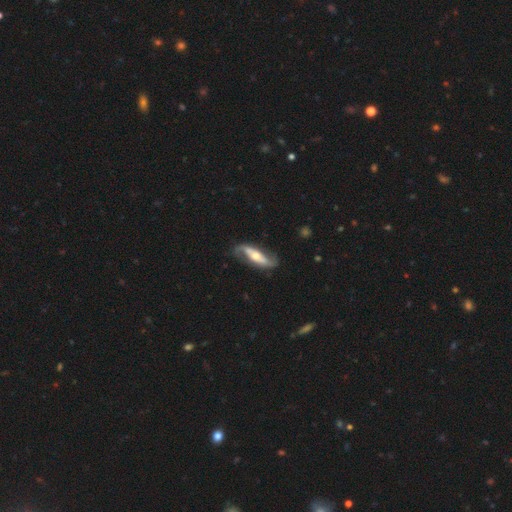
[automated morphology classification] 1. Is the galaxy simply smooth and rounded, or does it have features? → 83% featured or disk, 13% smooth, 4% star or artifact.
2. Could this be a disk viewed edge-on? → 86% no, 14% yes.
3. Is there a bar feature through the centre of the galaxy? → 43% strong, 31% no, 26% weak.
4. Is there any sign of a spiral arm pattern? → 93% yes, 7% no.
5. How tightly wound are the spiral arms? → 58% loose, 29% medium, 13% tight.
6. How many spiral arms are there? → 90% 2, 4% can't tell, 3% 1, 1% 3, 1% 4, 1% more than 4.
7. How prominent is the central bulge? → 66% moderate, 24% small, 7% large, 1% none, 1% dominant.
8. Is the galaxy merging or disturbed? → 74% none, 17% minor disturbance, 7% major disturbance, 2% merger.